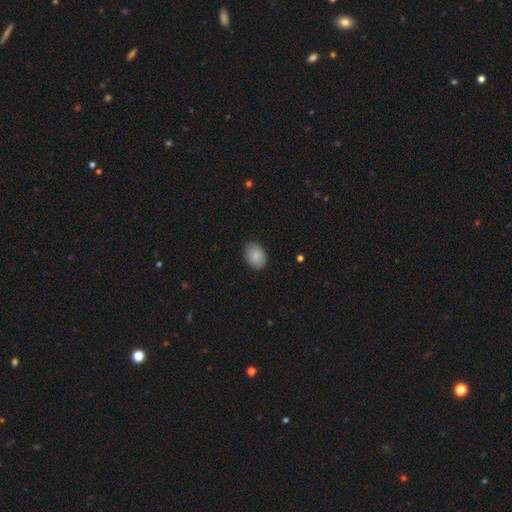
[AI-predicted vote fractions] A smooth galaxy with no disk features (86%) that is in between round and cigar-shaped (74%).

Vote fractions:
- Smooth or featured? smooth: 86% / featured or disk: 7% / star or artifact: 7%
- How rounded? in between: 74% / round: 25% / cigar-shaped: 1%
- Merging? none: 85% / minor disturbance: 12% / major disturbance: 2% / merger: 1%